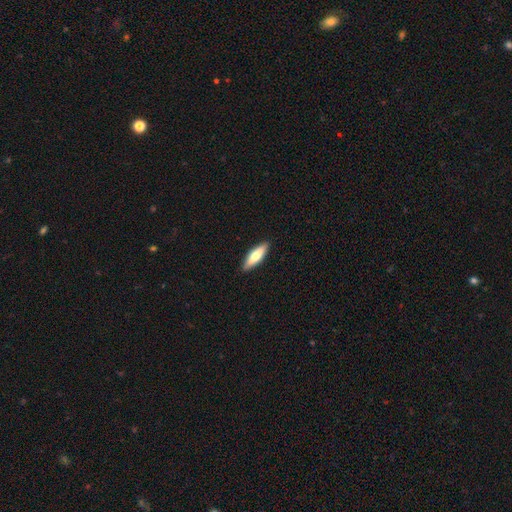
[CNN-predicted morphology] Smooth or featured?
  - smooth: 65% *
  - featured or disk: 30%
  - star or artifact: 5%
How rounded?
  - cigar-shaped: 56% *
  - in between: 42%
  - round: 2%
Merging?
  - none: 90% *
  - minor disturbance: 8%
  - major disturbance: 2%
  - merger: 1%